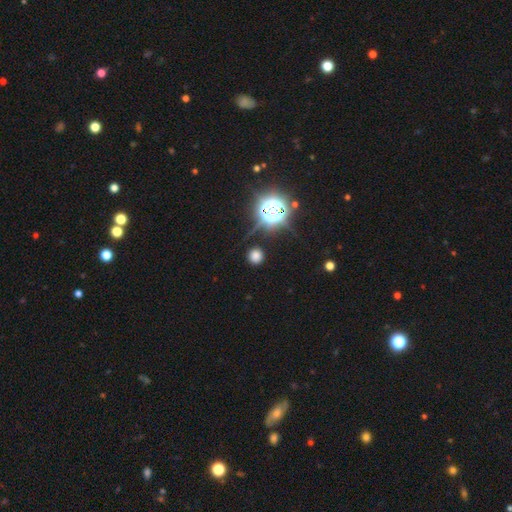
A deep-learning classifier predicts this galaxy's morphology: type=smooth (62%); roundness=round (94%); merging=none (86%).